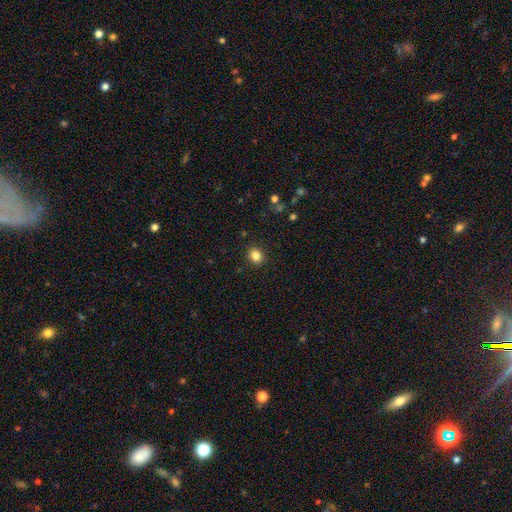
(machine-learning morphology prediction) This is clearly a smooth galaxy (84%). How rounded: likely round (65%). Merging: clearly none (90%).